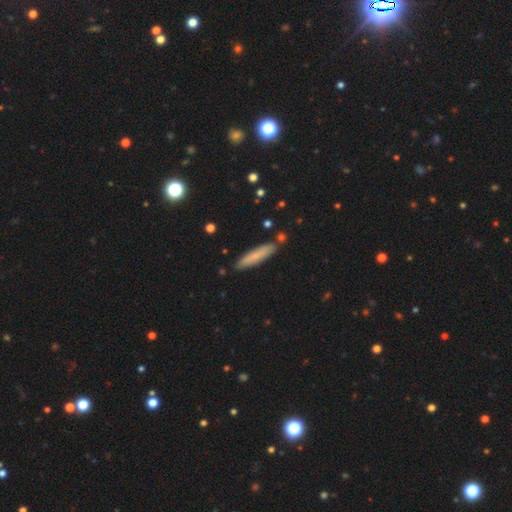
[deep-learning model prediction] Smooth or featured?
  - smooth: 74% *
  - featured or disk: 19%
  - star or artifact: 7%
How rounded?
  - cigar-shaped: 86% *
  - in between: 12%
  - round: 1%
Merging?
  - none: 85% *
  - minor disturbance: 10%
  - merger: 3%
  - major disturbance: 2%